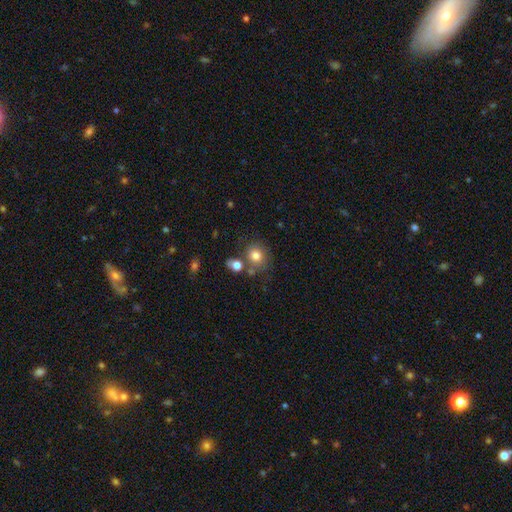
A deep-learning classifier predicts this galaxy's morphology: smooth-or-featured: smooth: 78% | star or artifact: 11% | featured or disk: 10%
  how-rounded: round: 73% | in between: 26% | cigar-shaped: 1%
  merging: none: 67% | merger: 14% | minor disturbance: 13% | major disturbance: 5%